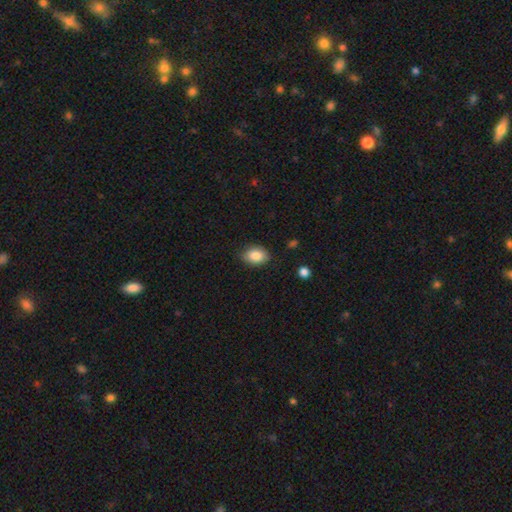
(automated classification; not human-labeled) Morphology: type=smooth (85%); roundness=in between (78%); merging=none (83%).